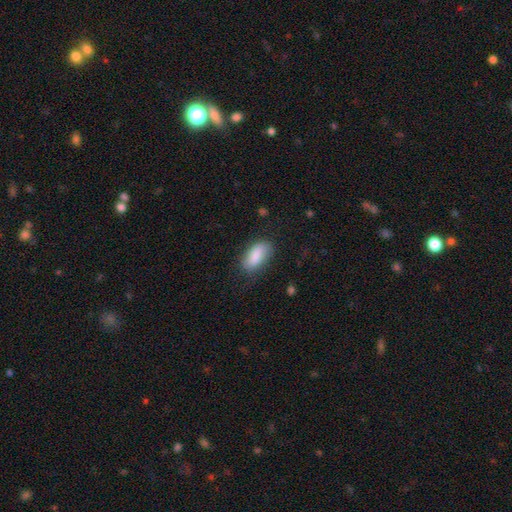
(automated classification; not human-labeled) smooth_or_featured: smooth (p=0.85) [alt: featured or disk p=0.09]
how_rounded: in between (p=0.90) [alt: cigar-shaped p=0.08]
merging: none (p=0.72) [alt: minor disturbance p=0.20]